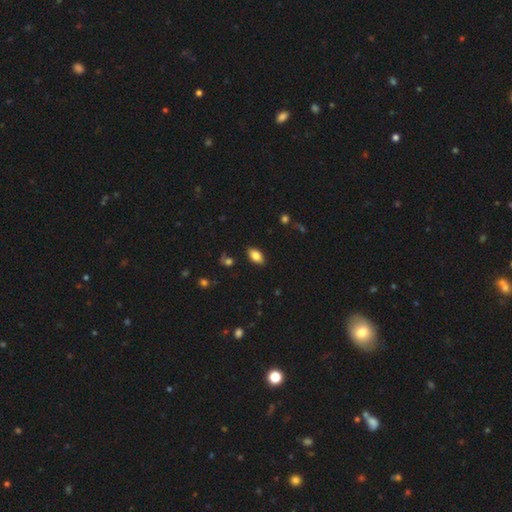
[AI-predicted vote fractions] This appears to be a smooth galaxy with no disk features (82%) that is in between round and cigar-shaped (92%). Merging: none (87%).